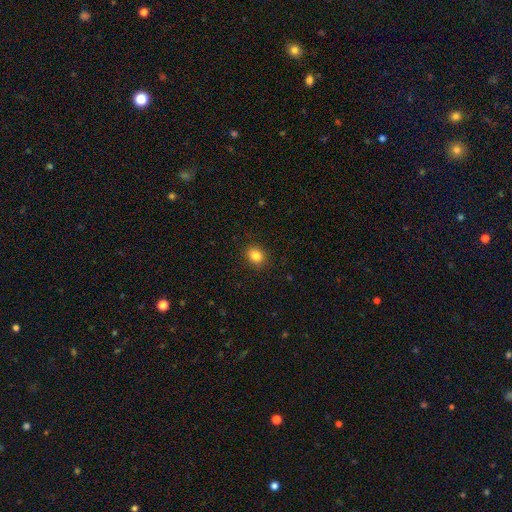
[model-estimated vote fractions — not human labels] Q: Smooth or featured?
A: smooth (84%); runner-up: star or artifact (11%)
Q: How rounded?
A: round (55%); runner-up: in between (44%)
Q: Merging?
A: none (89%); runner-up: minor disturbance (8%)